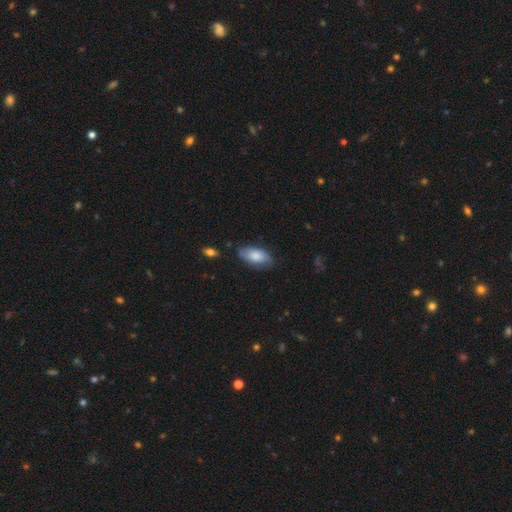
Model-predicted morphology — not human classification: type=smooth (80%); roundness=in between (92%); merging=none (73%).